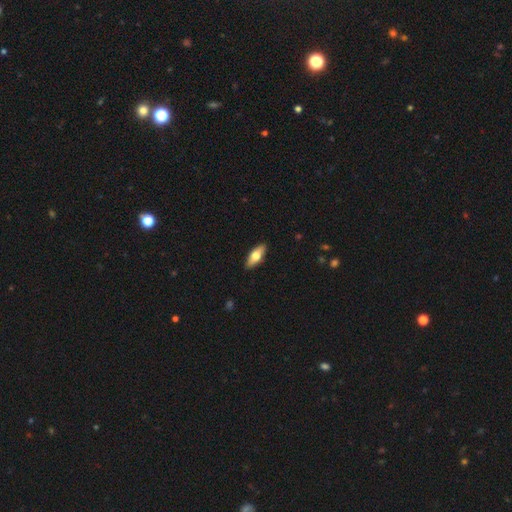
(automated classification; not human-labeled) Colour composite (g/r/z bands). It shows a smooth galaxy with no disk features (64%) that is in between round and cigar-shaped (73%). Merging: none (90%).